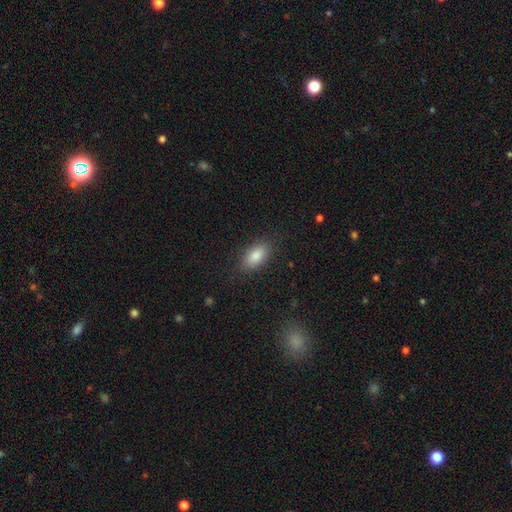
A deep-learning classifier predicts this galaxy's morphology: Smooth or featured? Predicted: smooth (p=0.84). How rounded? Predicted: in between (p=0.90). Merging? Predicted: none (p=0.85).